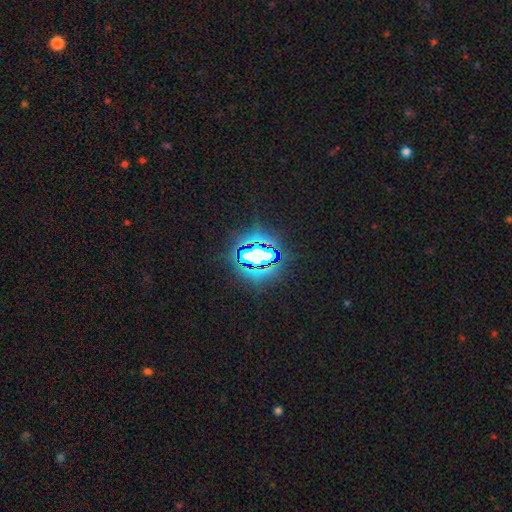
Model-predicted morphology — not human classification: type=star or artifact (68%).